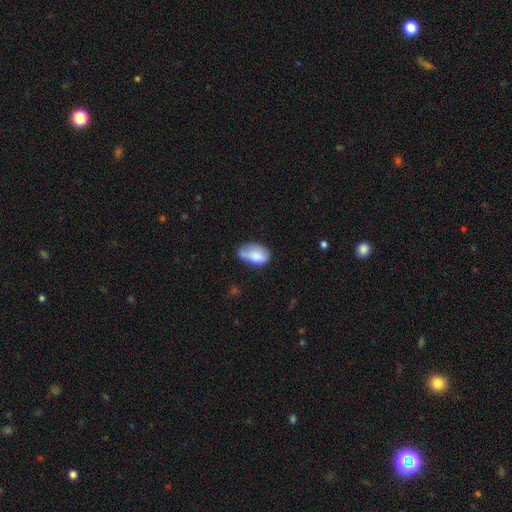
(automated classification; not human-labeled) This is likely a smooth galaxy (78%). How rounded: clearly in between (92%). Merging: marginally none (41%).